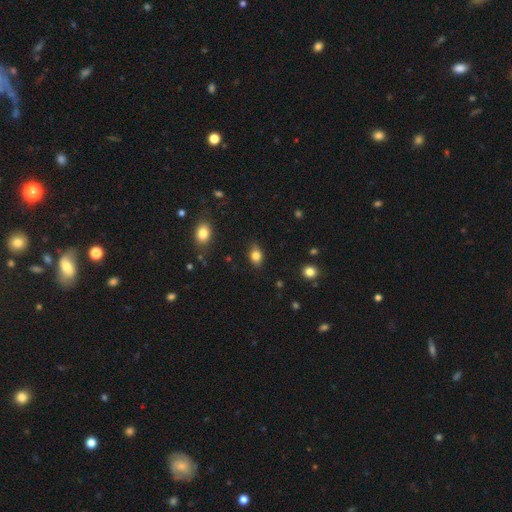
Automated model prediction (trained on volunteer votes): Smooth or featured? Predicted: smooth (p=0.82). How rounded? Predicted: in between (p=0.76). Merging? Predicted: none (p=0.80).